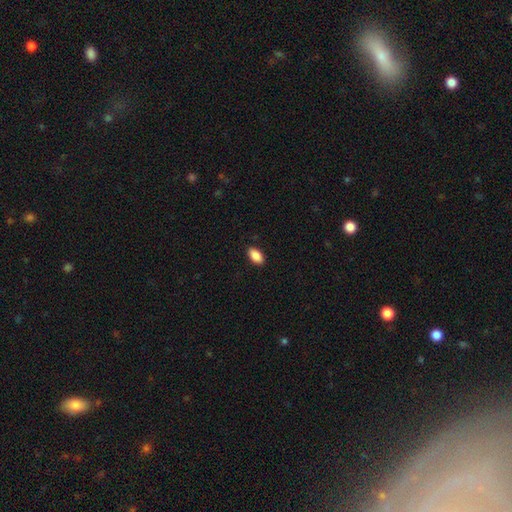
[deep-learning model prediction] Smooth or featured?
  - smooth: 89% *
  - star or artifact: 7%
  - featured or disk: 4%
How rounded?
  - in between: 94% *
  - round: 3%
  - cigar-shaped: 3%
Merging?
  - none: 89% *
  - minor disturbance: 8%
  - major disturbance: 2%
  - merger: 1%